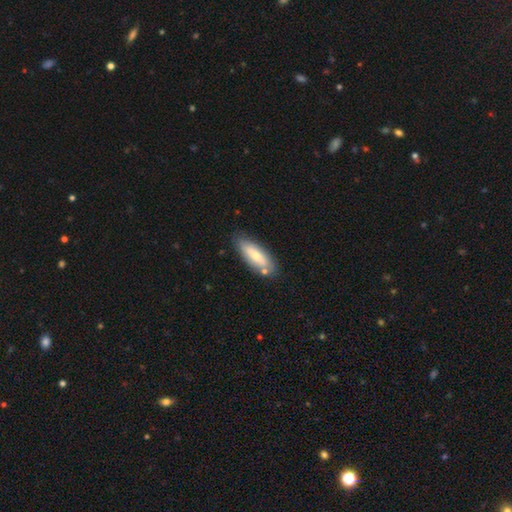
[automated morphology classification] smooth 65%, featured or disk 29%, star or artifact 6%. Down the decision tree: how rounded — in between (62%); merging — none (75%).